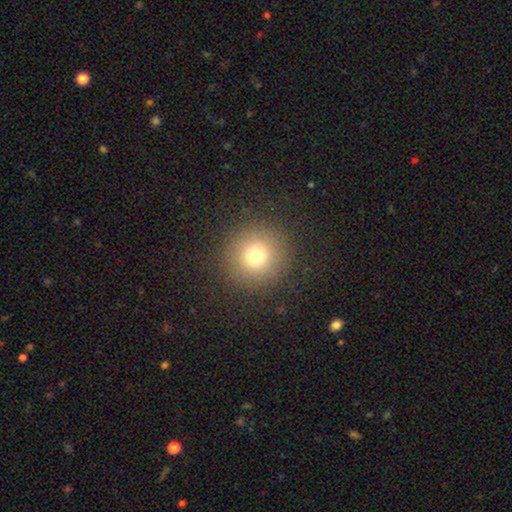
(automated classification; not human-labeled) smooth 74%, star or artifact 16%, featured or disk 10%. Down the decision tree: how rounded — round (95%); merging — none (89%).